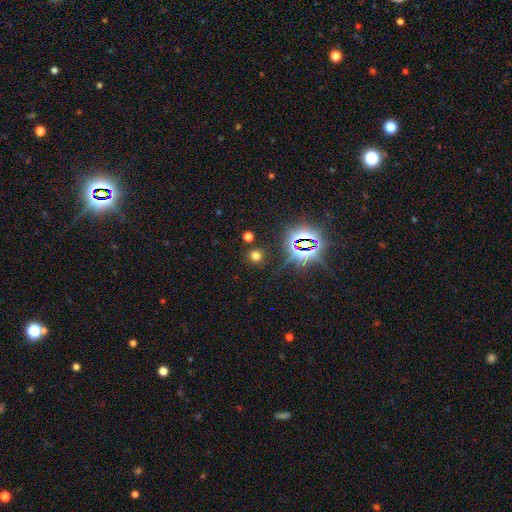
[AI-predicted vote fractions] Smooth or featured? smooth (58%)
How rounded? round (90%)
Merging? none (86%)